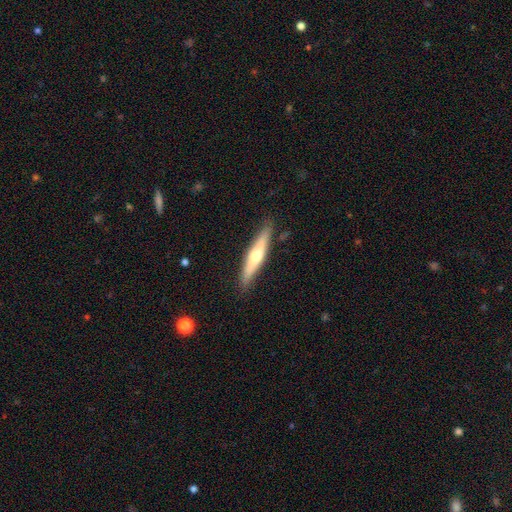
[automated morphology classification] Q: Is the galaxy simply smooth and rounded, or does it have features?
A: featured or disk — 49%.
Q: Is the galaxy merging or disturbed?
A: none — 87%.